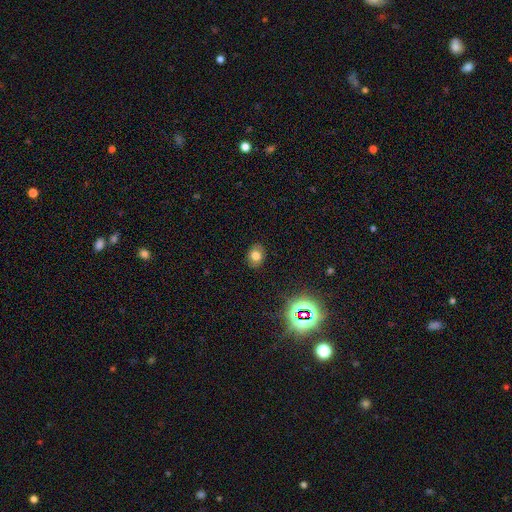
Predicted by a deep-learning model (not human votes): smooth_or_featured: smooth (p=0.73) [alt: star or artifact p=0.15]
how_rounded: in between (p=0.59) [alt: round p=0.40]
merging: none (p=0.87) [alt: minor disturbance p=0.10]